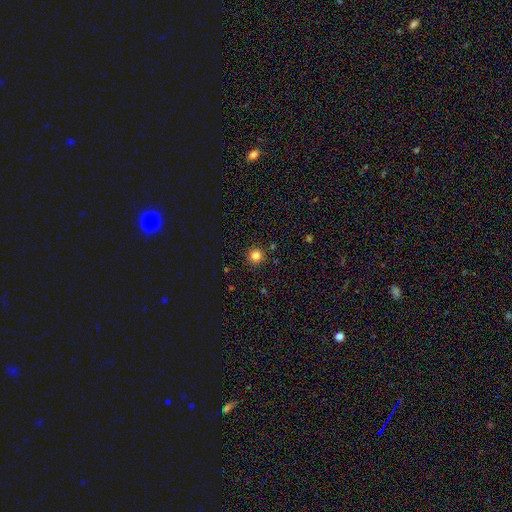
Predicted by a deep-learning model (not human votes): Overall: smooth (82%). How rounded: round (94%). Merging: none (90%).